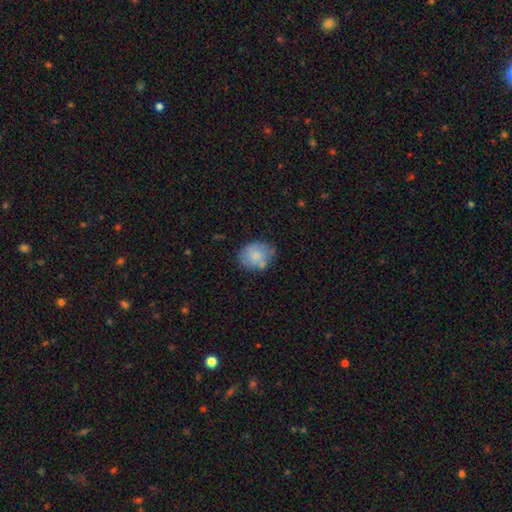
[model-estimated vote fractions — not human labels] A smooth galaxy with no disk features (71%) that is round (54%).

Vote fractions:
- Smooth or featured? smooth: 71% / featured or disk: 22% / star or artifact: 7%
- How rounded? round: 54% / in between: 45% / cigar-shaped: 1%
- Merging? none: 58% / minor disturbance: 25% / merger: 9% / major disturbance: 7%